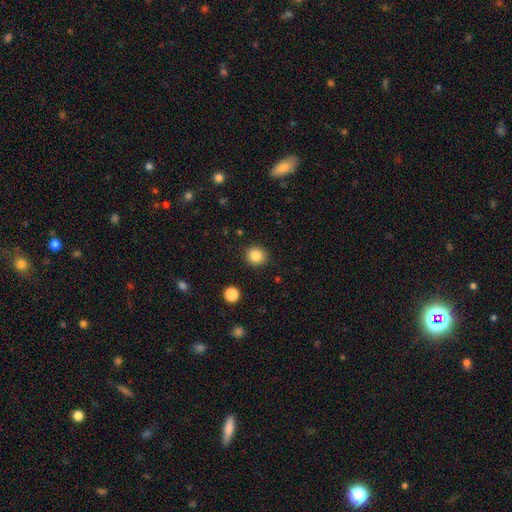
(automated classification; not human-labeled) Smooth or featured: smooth — 85% (star or artifact — 10%)
How rounded: round — 92% (in between — 7%)
Merging: none — 91% (minor disturbance — 6%)